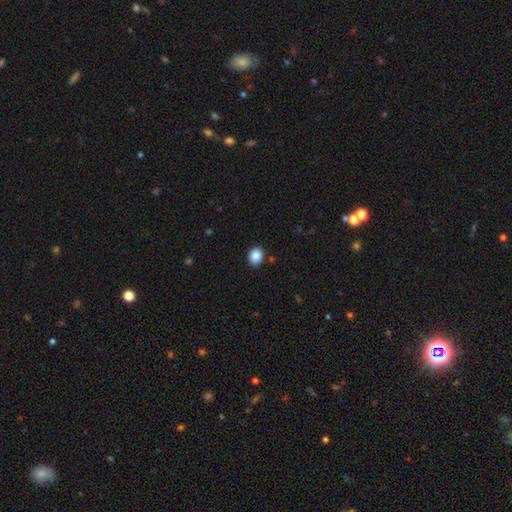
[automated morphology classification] This appears to be a smooth galaxy with no disk features (87%) that is round (64%). Merging: none (88%).